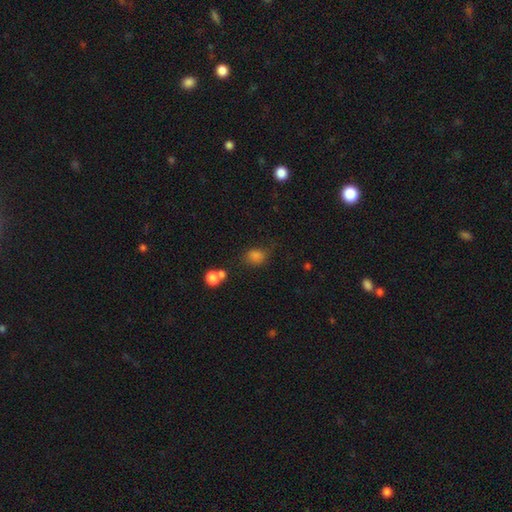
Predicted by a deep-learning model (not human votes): Smooth or featured? smooth (76%)
How rounded? in between (53%)
Merging? none (61%)